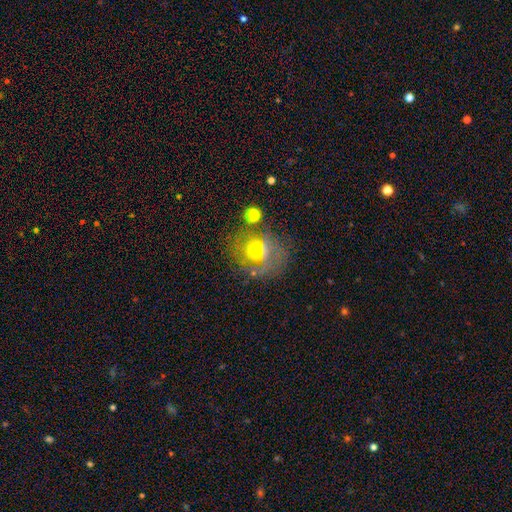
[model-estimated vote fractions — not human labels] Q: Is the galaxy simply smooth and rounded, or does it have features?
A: featured or disk — 56%.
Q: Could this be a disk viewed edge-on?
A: no — 97%.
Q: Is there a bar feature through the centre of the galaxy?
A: no — 73%.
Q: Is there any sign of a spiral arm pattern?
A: yes — 71%.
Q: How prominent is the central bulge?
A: moderate — 53%.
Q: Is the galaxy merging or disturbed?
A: none — 68%.